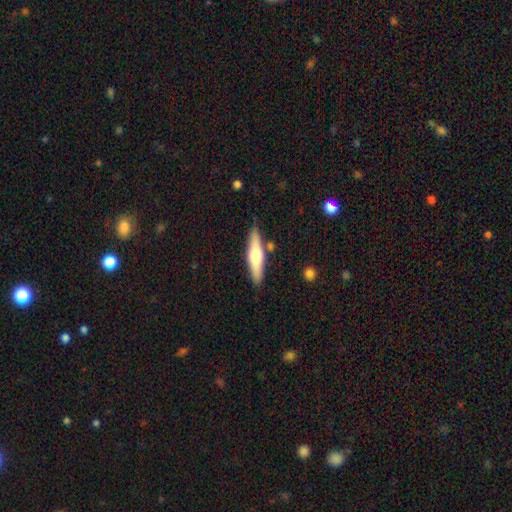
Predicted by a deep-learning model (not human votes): Smooth or featured?
  - smooth: 52% *
  - featured or disk: 43%
  - star or artifact: 6%
How rounded?
  - cigar-shaped: 71% *
  - in between: 27%
  - round: 2%
Merging?
  - none: 82% *
  - minor disturbance: 11%
  - merger: 4%
  - major disturbance: 2%